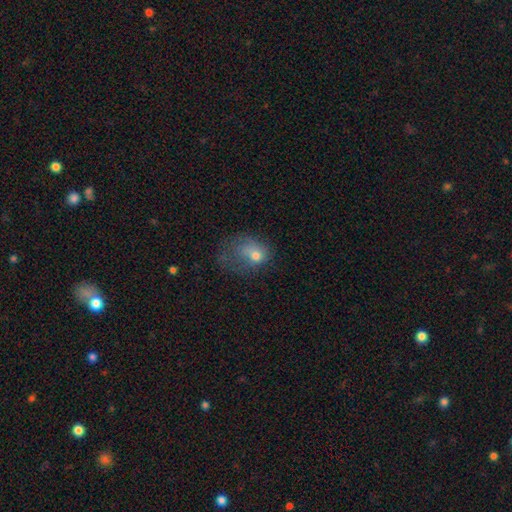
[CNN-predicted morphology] smooth 64%, featured or disk 24%, star or artifact 12%. Down the decision tree: how rounded — in between (60%); merging — major disturbance (51%).